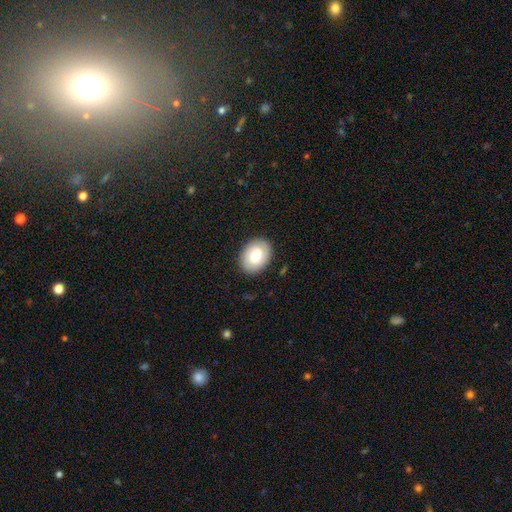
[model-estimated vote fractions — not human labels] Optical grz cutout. It shows a smooth galaxy with no disk features (77%) that is in between round and cigar-shaped (71%). Merging: none (88%).